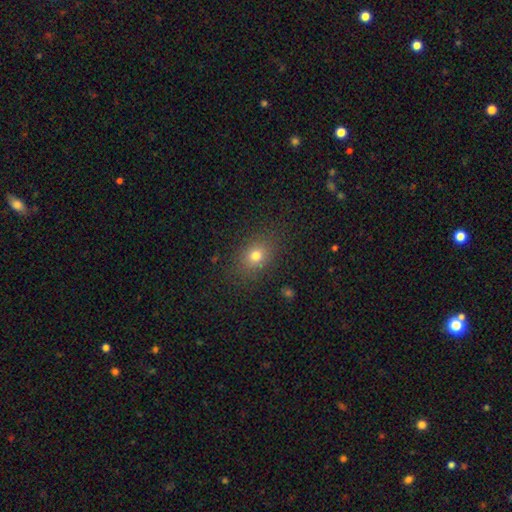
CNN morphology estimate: Smooth or featured? Predicted: smooth (p=0.75). How rounded? Predicted: in between (p=0.59). Merging? Predicted: none (p=0.83).